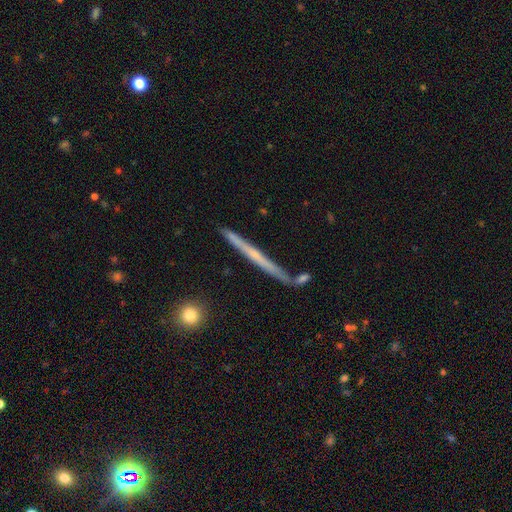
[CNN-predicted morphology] This appears to be a featured or disk galaxy (59%) viewed edge-on (97%) with no central bulge (75%). Merging: none (79%).